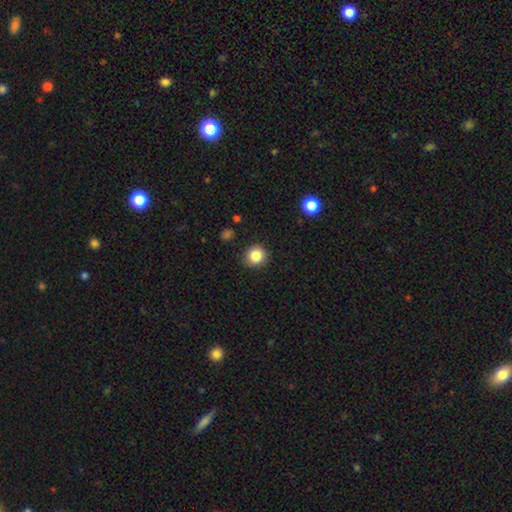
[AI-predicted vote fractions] smooth_or_featured: smooth (p=0.85) [alt: star or artifact p=0.10]
how_rounded: round (p=0.90) [alt: in between p=0.09]
merging: none (p=0.90) [alt: minor disturbance p=0.07]